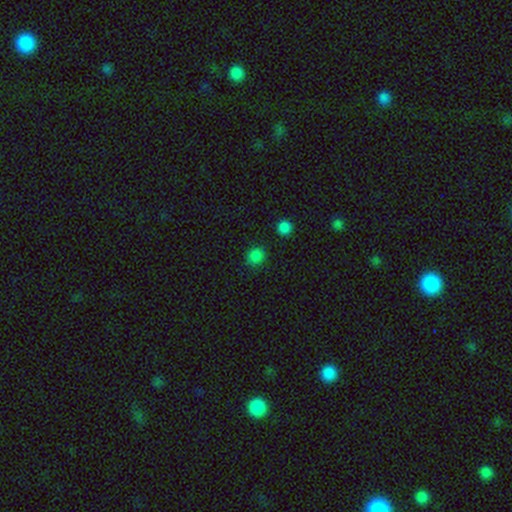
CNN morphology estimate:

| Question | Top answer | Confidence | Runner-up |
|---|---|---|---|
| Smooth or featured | smooth | 83% | star or artifact (14%) |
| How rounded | round | 87% | in between (12%) |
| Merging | none | 88% | minor disturbance (7%) |